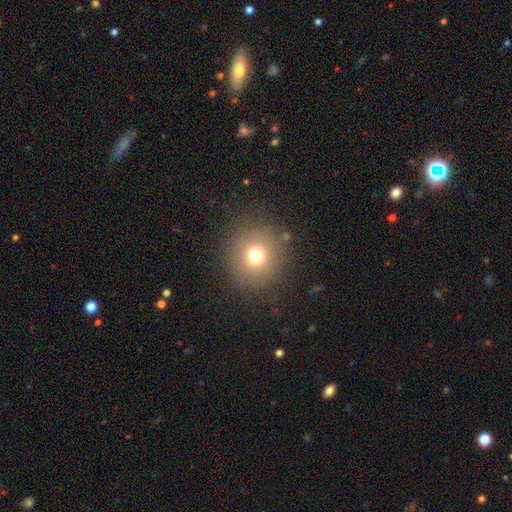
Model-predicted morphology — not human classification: Overall: smooth (73%). How rounded: round (92%). Merging: none (85%).